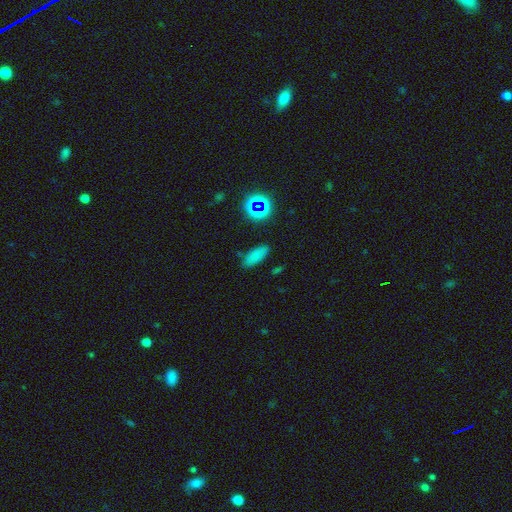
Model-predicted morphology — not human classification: smooth-or-featured: smooth: 76% | star or artifact: 17% | featured or disk: 8%
  how-rounded: in between: 75% | cigar-shaped: 21% | round: 4%
  merging: none: 81% | minor disturbance: 12% | major disturbance: 4% | merger: 3%